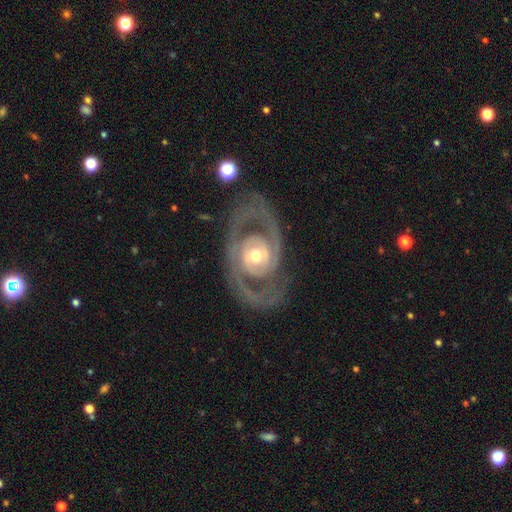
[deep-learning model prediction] The model was most divided on "spiral winding": tight: 43%, medium: 41%, loose: 16%. More confident: edge-on disk — no (95%); smooth or featured — featured or disk (87%); spiral arms — yes (82%); spiral arm count — 2 (78%); merging — none (73%); bulge size — moderate (69%); bar — no (62%).